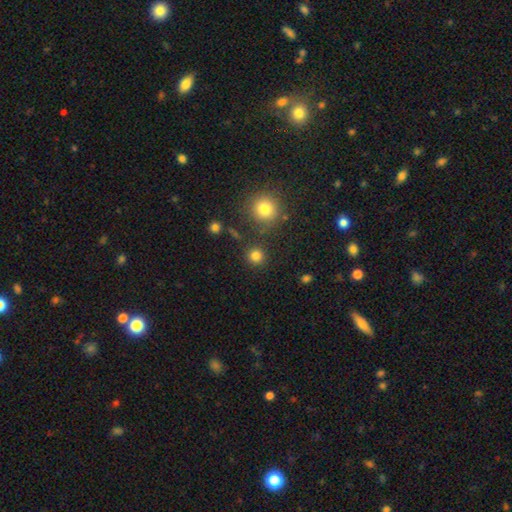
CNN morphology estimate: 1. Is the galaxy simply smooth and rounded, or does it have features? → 82% smooth, 14% star or artifact, 5% featured or disk.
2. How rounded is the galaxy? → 92% round, 7% in between, 1% cigar-shaped.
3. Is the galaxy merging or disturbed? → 87% none, 7% minor disturbance, 4% merger, 3% major disturbance.